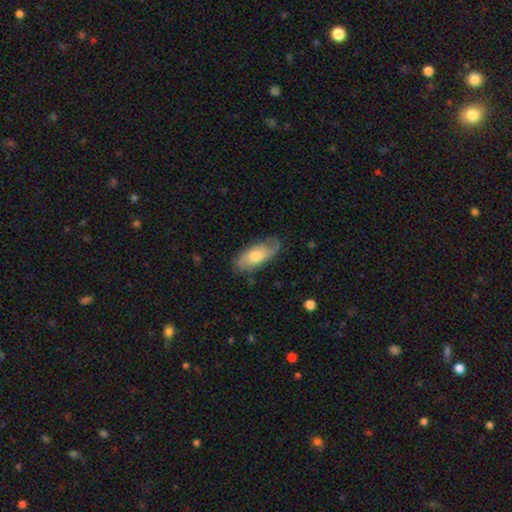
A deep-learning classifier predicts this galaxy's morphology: Smooth or featured: featured or disk — 56% (smooth — 38%)
Edge-on disk: no — 88% (yes — 12%)
Merging: none — 71% (minor disturbance — 21%)